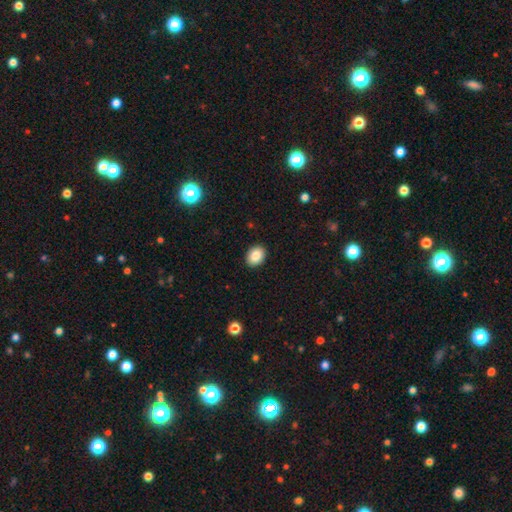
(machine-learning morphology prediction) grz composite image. It shows a smooth galaxy with no disk features (87%) that is in between round and cigar-shaped (58%). Merging: none (91%).